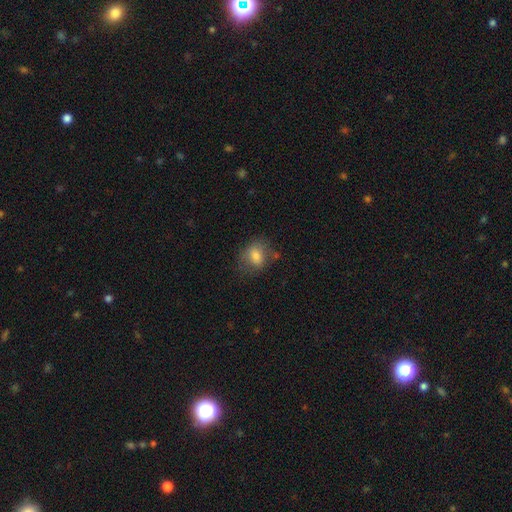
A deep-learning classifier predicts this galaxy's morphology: This appears to be a smooth galaxy with no disk features (74%) that is in between round and cigar-shaped (52%). Merging: none (60%).